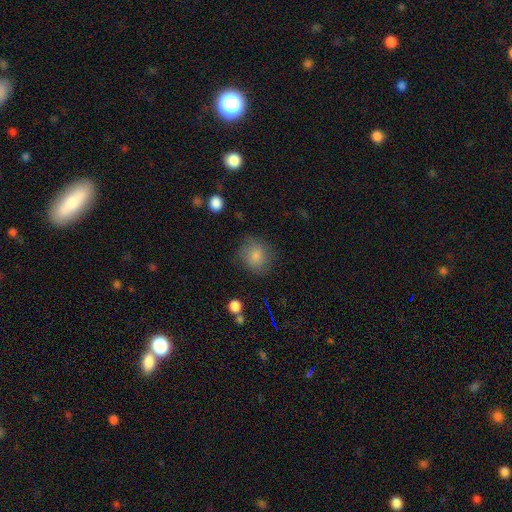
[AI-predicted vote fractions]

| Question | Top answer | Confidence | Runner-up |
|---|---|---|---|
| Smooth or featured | smooth | 81% | star or artifact (9%) |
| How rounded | round | 78% | in between (21%) |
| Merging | none | 75% | minor disturbance (17%) |